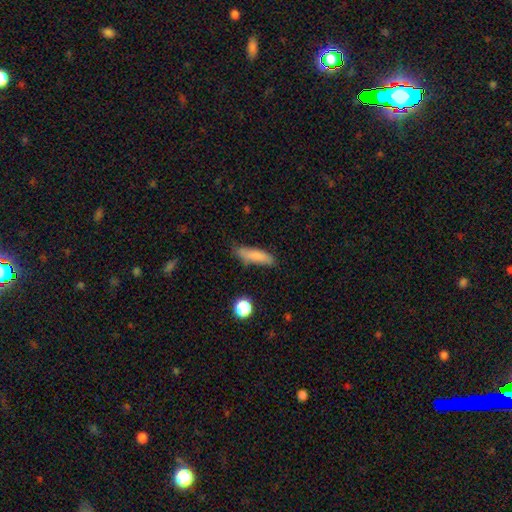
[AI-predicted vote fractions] This appears to be a smooth galaxy with no disk features (82%) that is cigar-shaped (60%). Merging: none (74%).